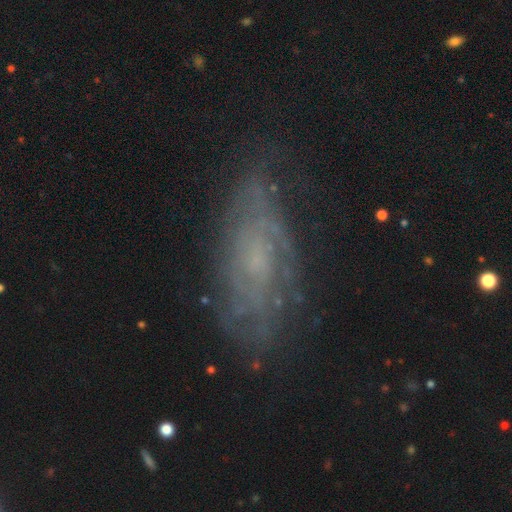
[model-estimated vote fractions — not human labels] A featured or disk galaxy (73%) with no bar (69%), tight (55%) spiral arms (81%) and a small central bulge (51%).

Vote fractions:
- Smooth or featured? featured or disk: 73% / smooth: 18% / star or artifact: 9%
- Edge-on disk? no: 91% / yes: 9%
- Bar? no: 69% / weak: 26% / strong: 4%
- Spiral arms? yes: 81% / no: 19%
- Spiral winding? tight: 55% / medium: 32% / loose: 13%
- Spiral arm count? can't tell: 57% / 2: 20% / 3: 9% / 4: 6% / 1: 5% / more than 4: 4%
- Bulge size? small: 51% / none: 24% / moderate: 22% / large: 2% / dominant: 1%
- Merging? none: 69% / minor disturbance: 20% / major disturbance: 9% / merger: 2%